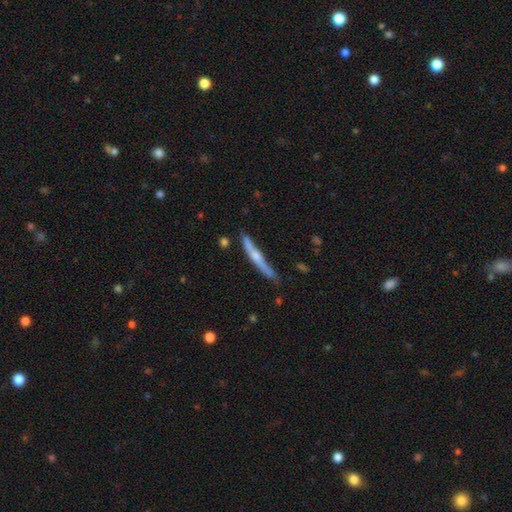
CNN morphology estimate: Overall: featured or disk (64%; smooth 30%). Edge-on disk: yes (95%). Edge-on bulge: rounded (73%). Merging: none (75%).